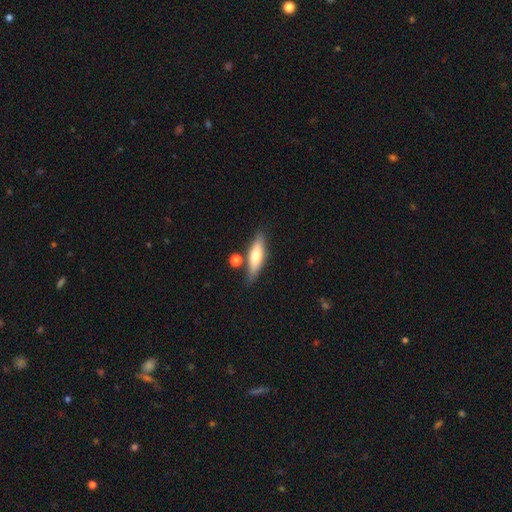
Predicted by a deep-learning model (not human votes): smooth_or_featured: smooth (p=0.62) [alt: featured or disk p=0.32]
how_rounded: cigar-shaped (p=0.58) [alt: in between p=0.39]
merging: none (p=0.73) [alt: minor disturbance p=0.14]